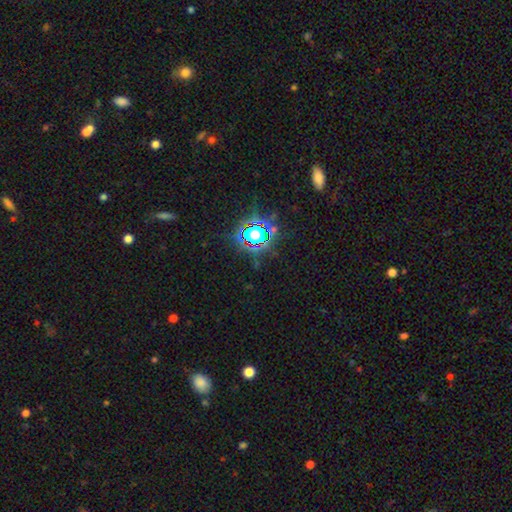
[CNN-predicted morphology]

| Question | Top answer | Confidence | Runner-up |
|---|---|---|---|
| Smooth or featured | star or artifact | 78% | smooth (14%) |